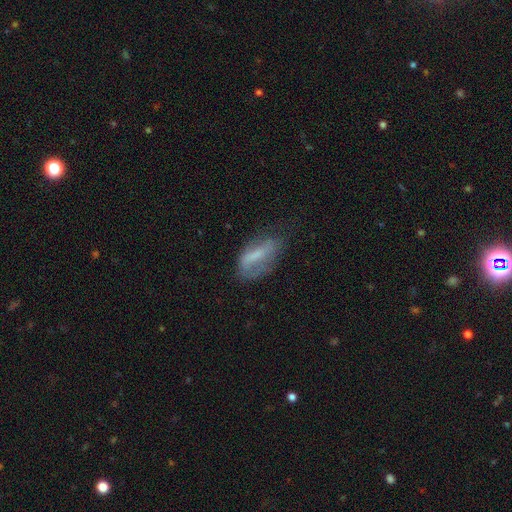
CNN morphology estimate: This appears to be a smooth galaxy with no disk features (53%) that is in between round and cigar-shaped (78%). Merging: none (40%).